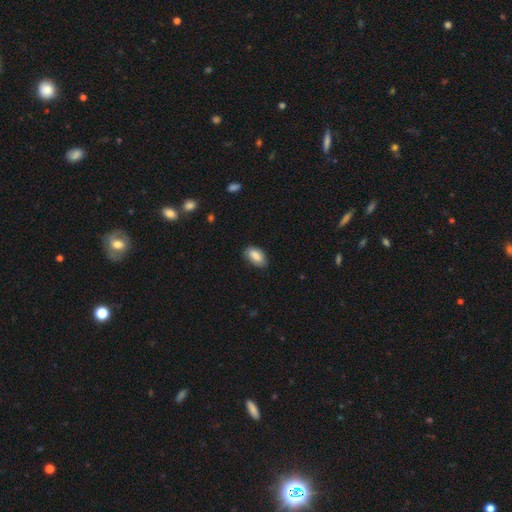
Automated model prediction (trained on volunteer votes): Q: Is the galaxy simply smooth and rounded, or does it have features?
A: smooth — 84%.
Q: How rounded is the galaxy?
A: in between — 93%.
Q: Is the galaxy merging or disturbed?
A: none — 78%.